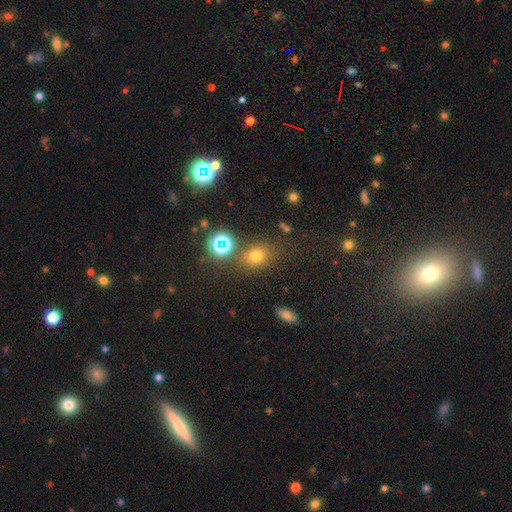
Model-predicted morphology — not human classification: A smooth galaxy with no disk features (64%) that is round (51%). Merging: none (75%).